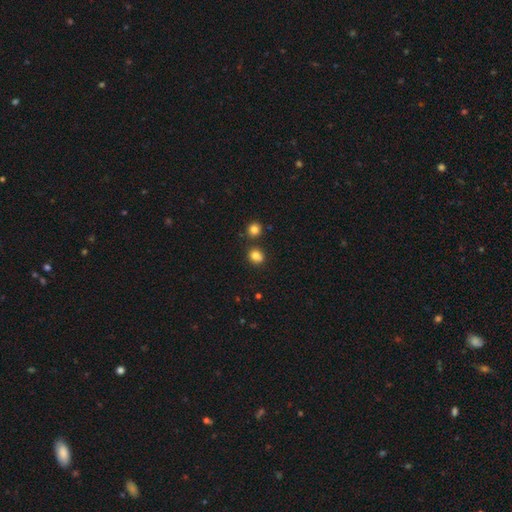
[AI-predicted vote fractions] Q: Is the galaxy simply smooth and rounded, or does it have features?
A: smooth — 81%.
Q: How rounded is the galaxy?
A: round — 73%.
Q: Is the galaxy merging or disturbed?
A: none — 72%.